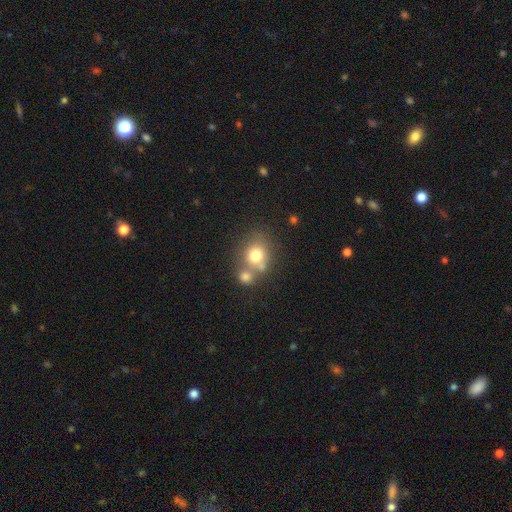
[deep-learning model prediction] smooth_or_featured: smooth (p=0.73) [alt: featured or disk p=0.15]
how_rounded: round (p=0.70) [alt: in between p=0.29]
merging: none (p=0.44) [alt: merger p=0.39]